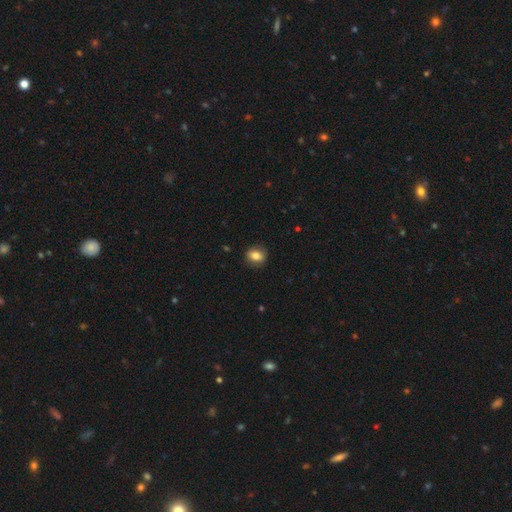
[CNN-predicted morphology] The model was most divided on "how rounded": round: 51%, in between: 48%, cigar-shaped: 1%. More confident: merging — none (87%); smooth or featured — smooth (80%).